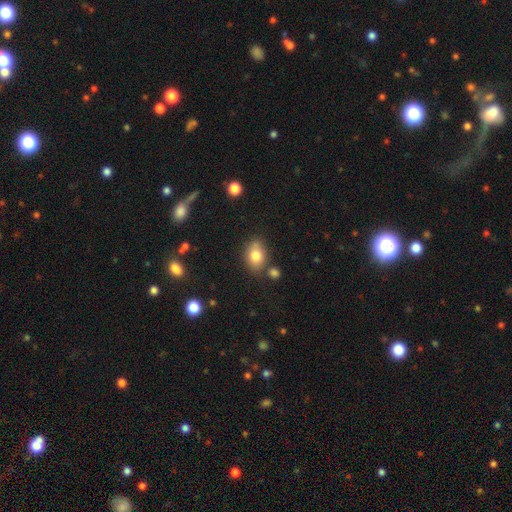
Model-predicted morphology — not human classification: Smooth or featured? smooth (78%)
How rounded? in between (73%)
Merging? none (70%)